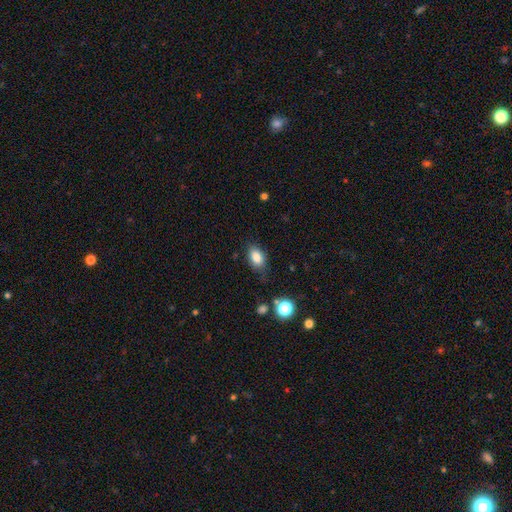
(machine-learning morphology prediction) Smooth or featured? smooth (84%)
How rounded? in between (86%)
Merging? none (76%)